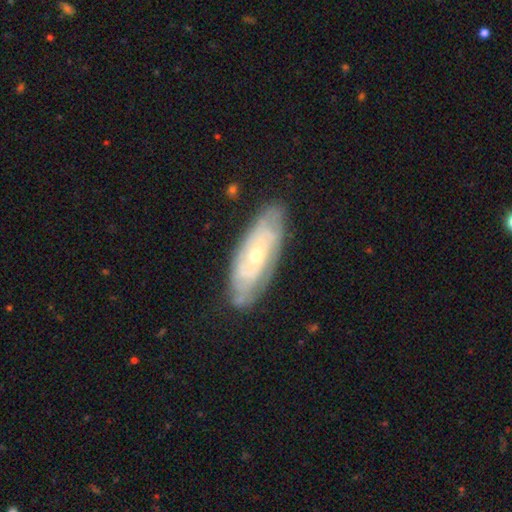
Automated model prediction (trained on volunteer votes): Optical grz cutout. It shows a featured or disk galaxy (76%) with no bar (67%), tight (70%) spiral arms (84%) and a small central bulge (51%). Merging: none (76%).